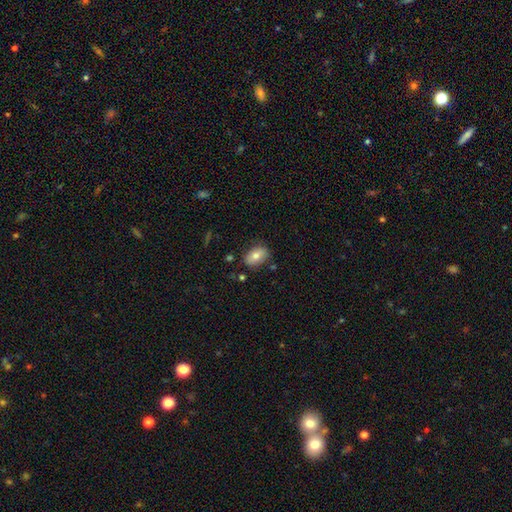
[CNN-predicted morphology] This is likely a smooth galaxy (73%). How rounded: clearly in between (86%). Merging: likely none (77%).